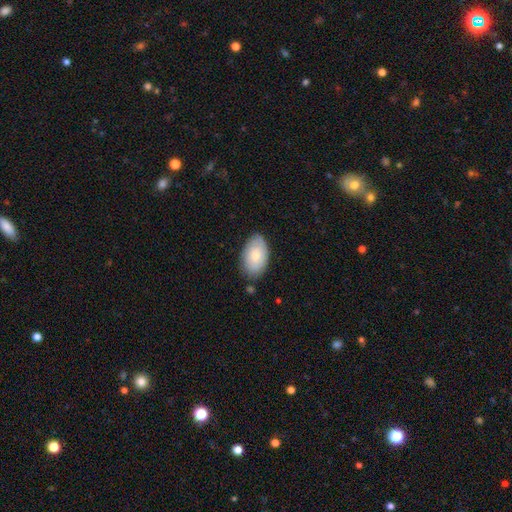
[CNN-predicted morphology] smooth_or_featured: smooth (p=0.74) [alt: featured or disk p=0.20]
how_rounded: in between (p=0.94) [alt: round p=0.05]
merging: none (p=0.77) [alt: minor disturbance p=0.17]